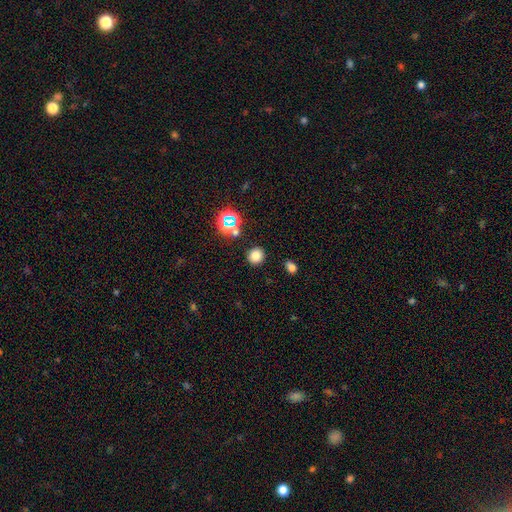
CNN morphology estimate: The model was most divided on "smooth or featured": smooth: 75%, star or artifact: 18%, featured or disk: 7%. More confident: how rounded — round (90%); merging — none (88%).